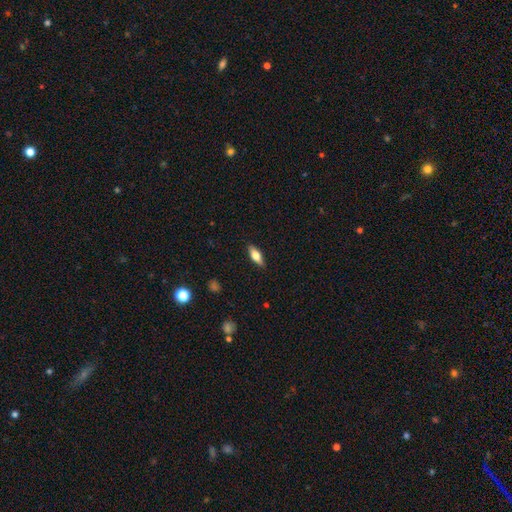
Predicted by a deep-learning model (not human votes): The model was most divided on "smooth or featured": smooth: 60%, featured or disk: 33%, star or artifact: 7%. More confident: merging — none (88%); how rounded — in between (67%).